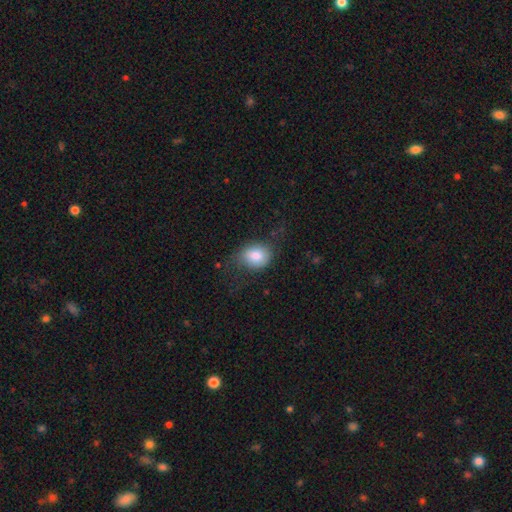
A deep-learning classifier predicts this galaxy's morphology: A smooth galaxy with no disk features (80%) that is round (50%). Merging: none (54%).